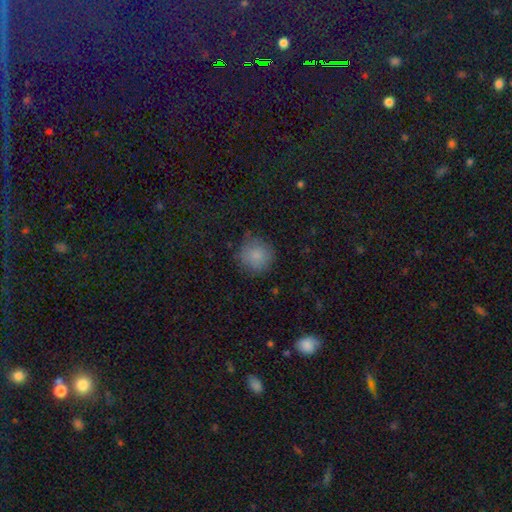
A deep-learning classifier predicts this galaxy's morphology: Q: Smooth or featured?
A: smooth (82%); runner-up: star or artifact (11%)
Q: How rounded?
A: round (93%); runner-up: in between (6%)
Q: Merging?
A: none (78%); runner-up: minor disturbance (16%)